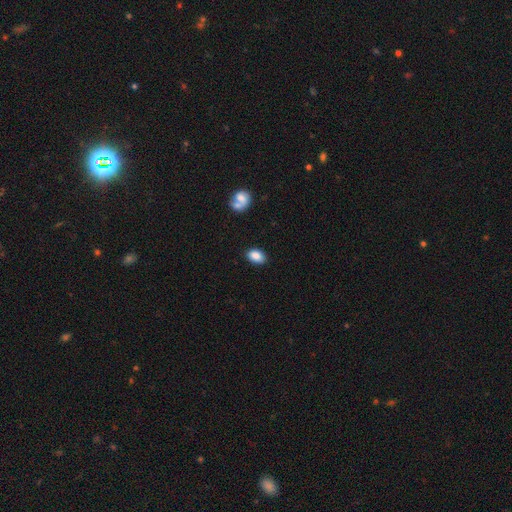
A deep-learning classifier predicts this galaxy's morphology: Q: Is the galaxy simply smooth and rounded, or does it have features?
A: smooth — 87%.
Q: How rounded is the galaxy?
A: in between — 88%.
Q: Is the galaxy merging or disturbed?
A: none — 85%.